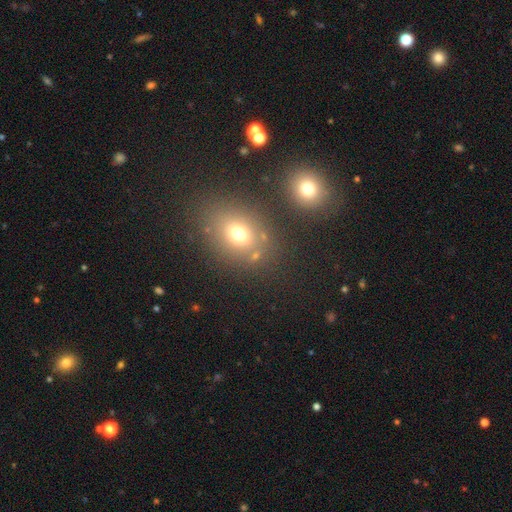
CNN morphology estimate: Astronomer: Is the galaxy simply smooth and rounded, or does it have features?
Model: smooth — 67%.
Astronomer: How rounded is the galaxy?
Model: round — 52% (runner-up: in between, 47%).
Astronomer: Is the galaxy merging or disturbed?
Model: none — 71%.